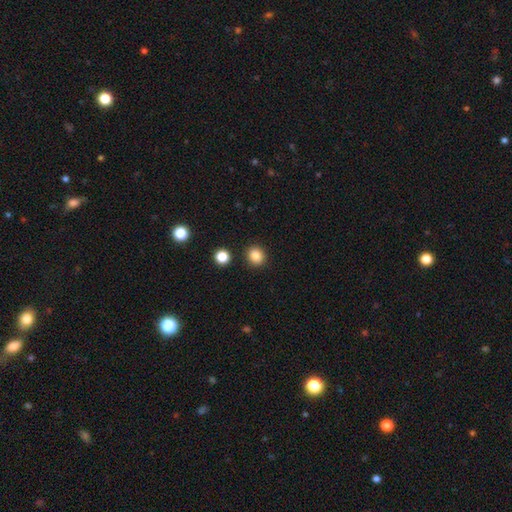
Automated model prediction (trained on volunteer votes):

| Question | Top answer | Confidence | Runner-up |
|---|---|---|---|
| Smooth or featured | smooth | 86% | star or artifact (11%) |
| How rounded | round | 77% | in between (22%) |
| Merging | none | 89% | minor disturbance (6%) |